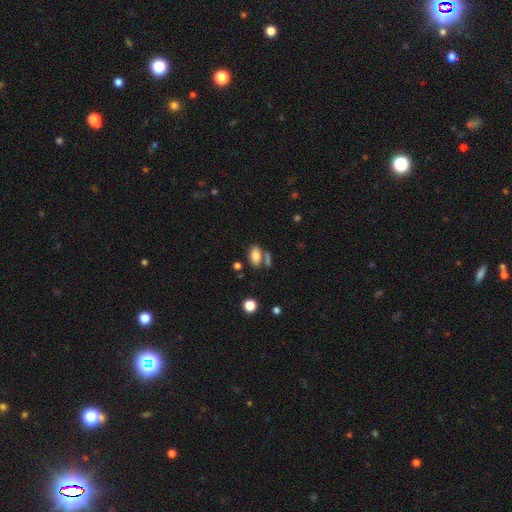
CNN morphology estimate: smooth 81%, star or artifact 9%, featured or disk 9%. Down the decision tree: how rounded — in between (90%); merging — none (57%).